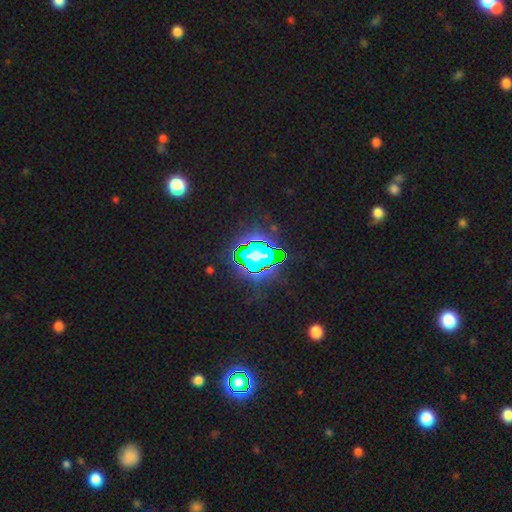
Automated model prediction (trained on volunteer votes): Smooth or featured? star or artifact (66%)